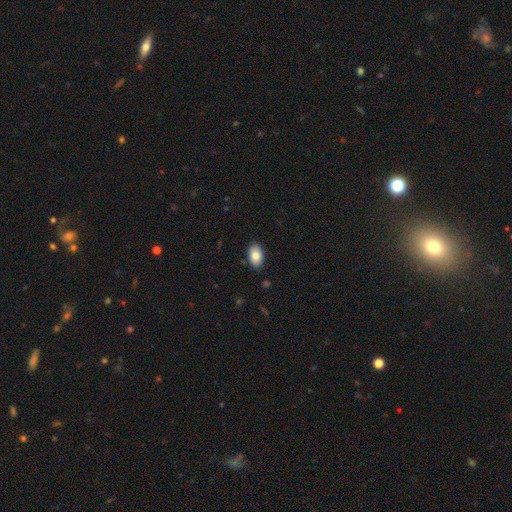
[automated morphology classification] Smooth or featured?
  - smooth: 81% *
  - featured or disk: 12%
  - star or artifact: 7%
How rounded?
  - in between: 92% *
  - round: 7%
  - cigar-shaped: 1%
Merging?
  - none: 87% *
  - minor disturbance: 10%
  - major disturbance: 2%
  - merger: 1%